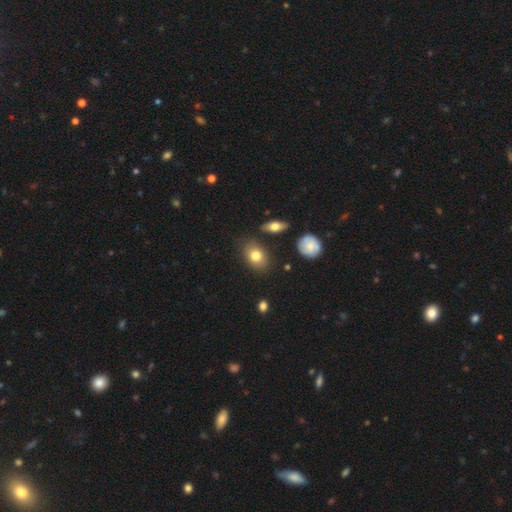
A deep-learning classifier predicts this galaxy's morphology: smooth 78%, featured or disk 13%, star or artifact 9%. Down the decision tree: how rounded — in between (74%); merging — none (78%).